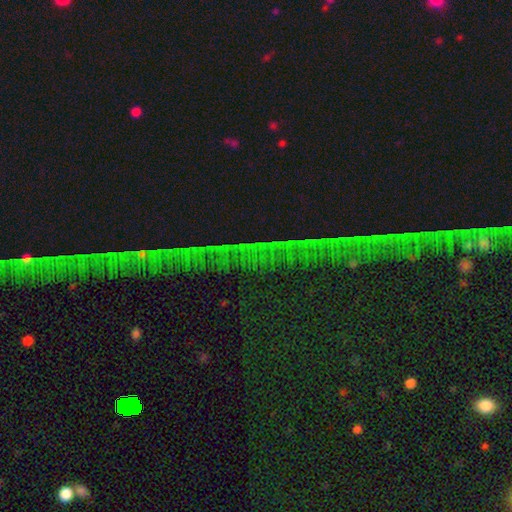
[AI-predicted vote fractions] The model was most divided on "smooth or featured": star or artifact: 86%, featured or disk: 8%, smooth: 6%.